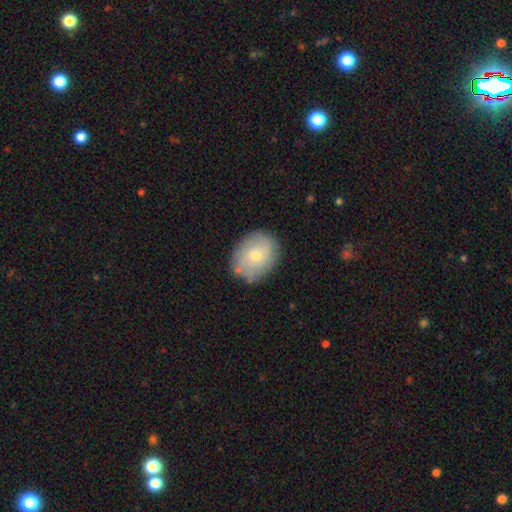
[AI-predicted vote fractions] This is likely a smooth galaxy (62%). How rounded: possibly in between (51%). Merging: likely none (79%).